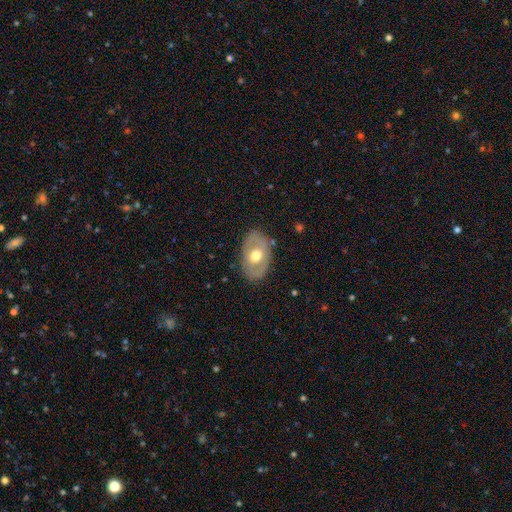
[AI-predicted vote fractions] Q: Smooth or featured?
A: featured or disk (50%); runner-up: smooth (45%)
Q: Merging?
A: none (81%); runner-up: minor disturbance (13%)